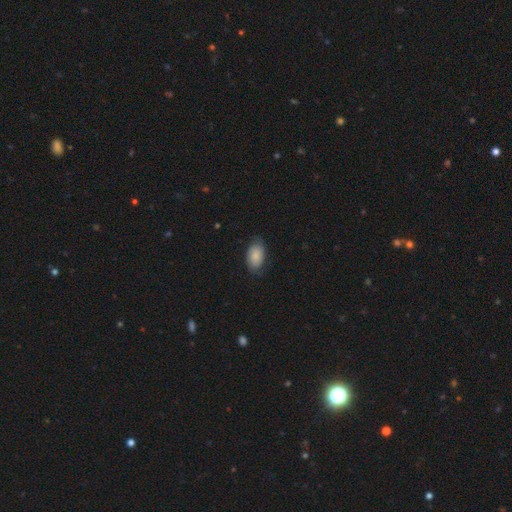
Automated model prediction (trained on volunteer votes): Smooth or featured: smooth — 81% (featured or disk — 12%)
How rounded: in between — 93% (round — 6%)
Merging: none — 74% (minor disturbance — 20%)